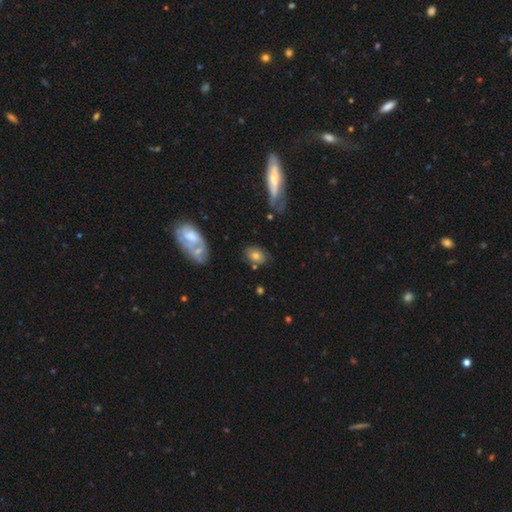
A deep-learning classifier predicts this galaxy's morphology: A smooth galaxy with no disk features (64%) that is in between round and cigar-shaped (74%). Merging: none (67%).